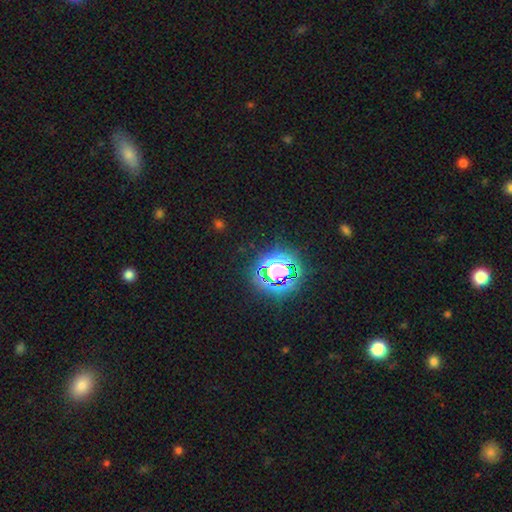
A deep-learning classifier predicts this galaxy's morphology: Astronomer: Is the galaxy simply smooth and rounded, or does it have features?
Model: star or artifact — 78%.